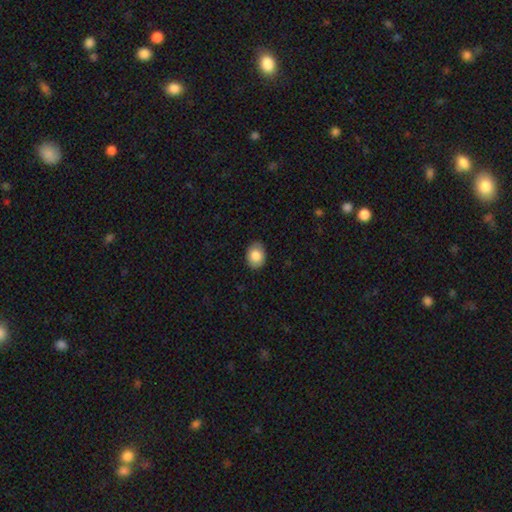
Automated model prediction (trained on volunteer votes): smooth_or_featured: smooth (p=0.85) [alt: featured or disk p=0.08]
how_rounded: in between (p=0.66) [alt: round p=0.33]
merging: none (p=0.87) [alt: minor disturbance p=0.10]